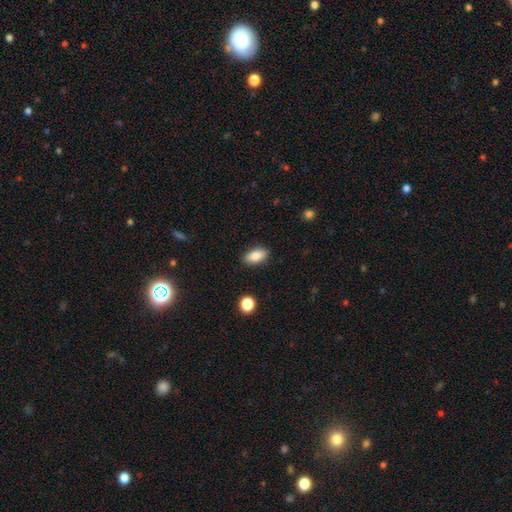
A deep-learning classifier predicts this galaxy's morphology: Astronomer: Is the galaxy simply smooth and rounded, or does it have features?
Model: smooth — 86%.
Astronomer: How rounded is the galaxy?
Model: in between — 90%.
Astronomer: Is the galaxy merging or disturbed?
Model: none — 88%.